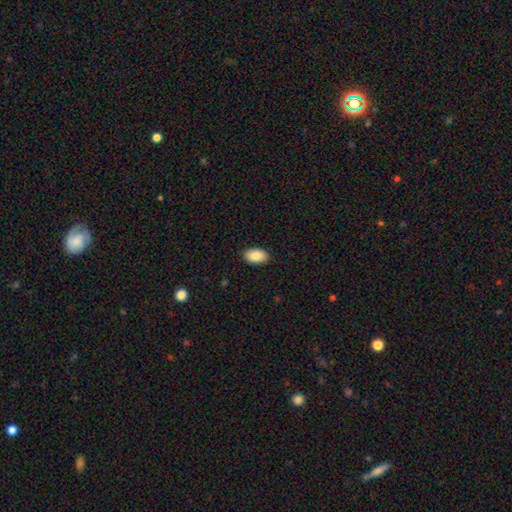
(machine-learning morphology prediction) Smooth or featured? Predicted: smooth (p=0.89). How rounded? Predicted: in between (p=0.94). Merging? Predicted: none (p=0.89).